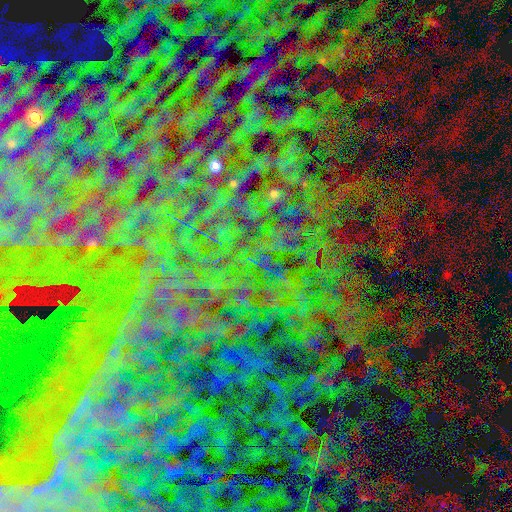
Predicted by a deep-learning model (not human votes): Smooth or featured: star or artifact — 83% (smooth — 9%)